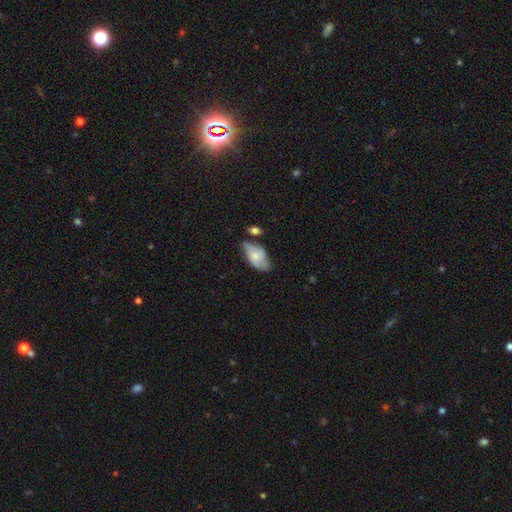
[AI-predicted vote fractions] smooth-or-featured: smooth: 62% | featured or disk: 32% | star or artifact: 7%
  how-rounded: in between: 93% | round: 4% | cigar-shaped: 3%
  merging: none: 52% | minor disturbance: 32% | merger: 8% | major disturbance: 8%